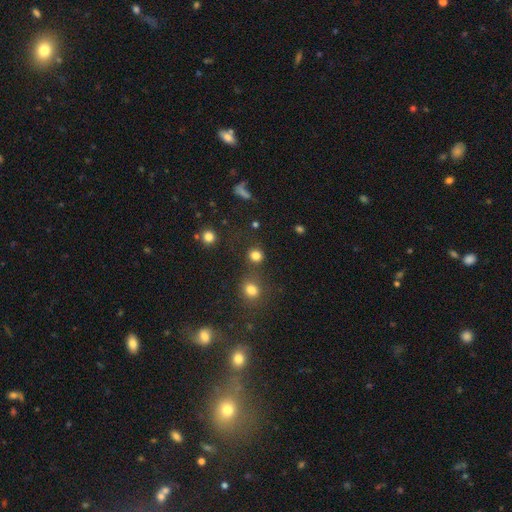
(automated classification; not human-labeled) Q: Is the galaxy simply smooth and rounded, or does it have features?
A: smooth — 80%.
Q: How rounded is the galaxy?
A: round — 87%.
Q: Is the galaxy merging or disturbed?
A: none — 72%.